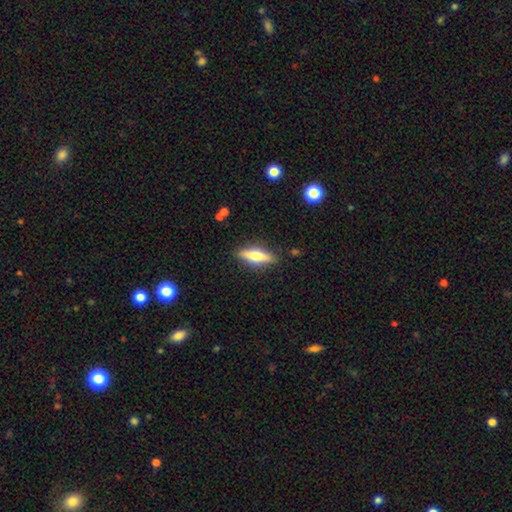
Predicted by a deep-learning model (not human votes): A smooth galaxy with no disk features (50%) that is cigar-shaped (57%).

Vote fractions:
- Smooth or featured? smooth: 50% / featured or disk: 43% / star or artifact: 6%
- How rounded? cigar-shaped: 57% / in between: 41% / round: 2%
- Merging? none: 87% / minor disturbance: 9% / major disturbance: 2% / merger: 2%